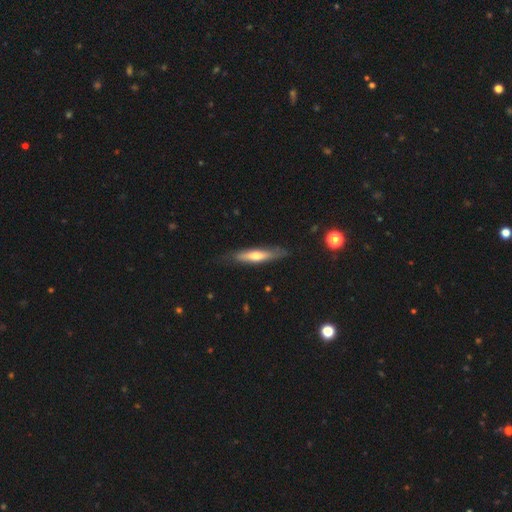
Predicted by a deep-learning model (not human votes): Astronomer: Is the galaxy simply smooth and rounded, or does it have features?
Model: smooth — 52% (runner-up: featured or disk, 43%).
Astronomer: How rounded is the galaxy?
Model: cigar-shaped — 83%.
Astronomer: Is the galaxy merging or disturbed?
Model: none — 77%.